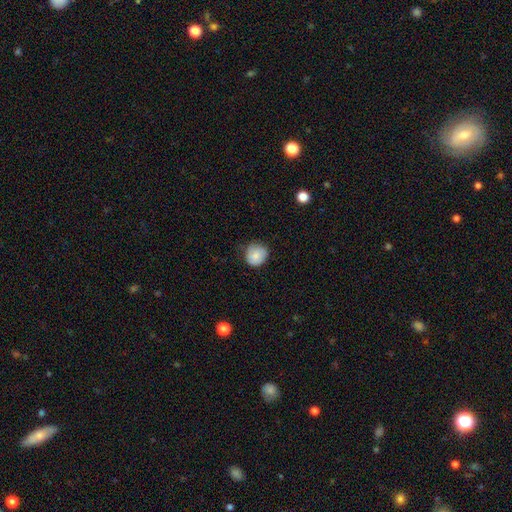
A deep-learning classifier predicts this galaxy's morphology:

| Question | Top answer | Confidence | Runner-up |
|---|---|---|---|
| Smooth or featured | smooth | 76% | featured or disk (17%) |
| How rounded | round | 84% | in between (15%) |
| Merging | none | 69% | minor disturbance (25%) |